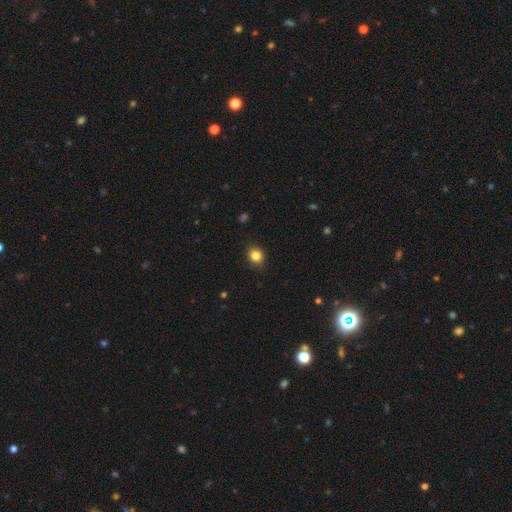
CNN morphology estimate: Overall: smooth (84%). How rounded: round (75%). Merging: none (88%).